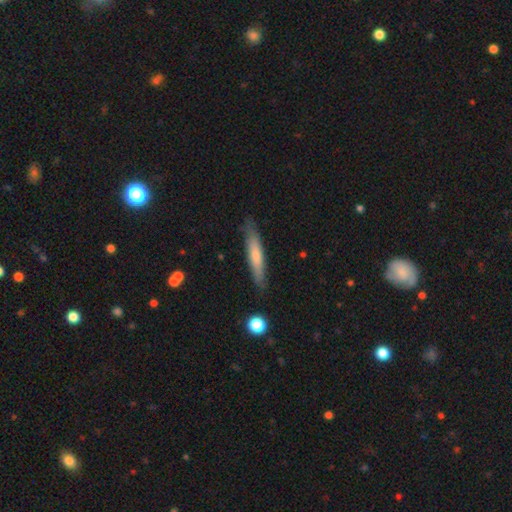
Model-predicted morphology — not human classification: type=smooth (65%); roundness=cigar-shaped (88%); merging=none (82%).